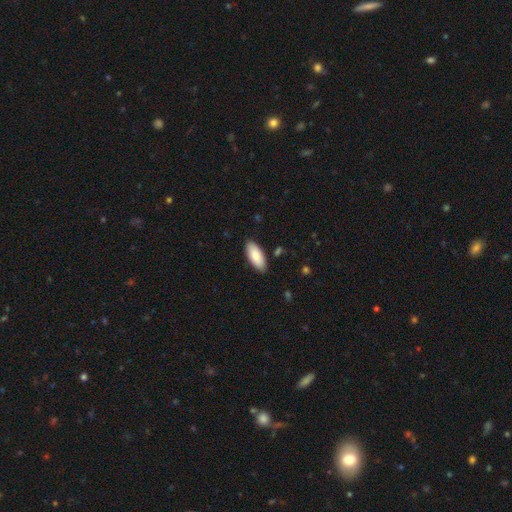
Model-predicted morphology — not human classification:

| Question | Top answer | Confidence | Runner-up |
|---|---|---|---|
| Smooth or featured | smooth | 85% | featured or disk (10%) |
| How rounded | in between | 87% | cigar-shaped (12%) |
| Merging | none | 87% | minor disturbance (9%) |